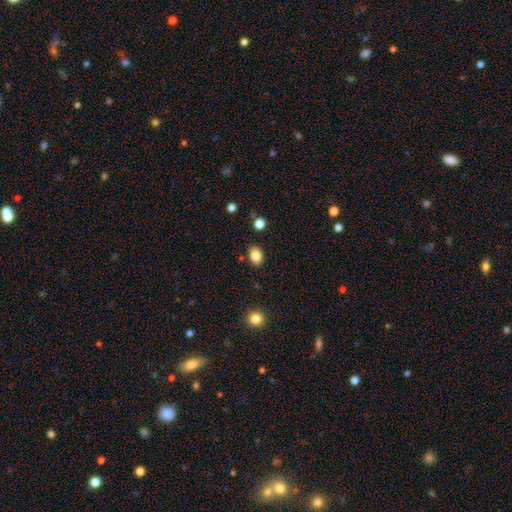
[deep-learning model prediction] Smooth or featured? Predicted: smooth (p=0.84). How rounded? Predicted: in between (p=0.73). Merging? Predicted: none (p=0.85).